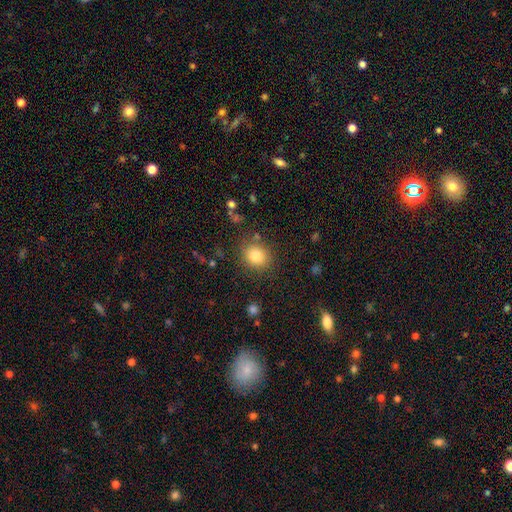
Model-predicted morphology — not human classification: Smooth or featured? Predicted: smooth (p=0.82). How rounded? Predicted: round (p=0.76). Merging? Predicted: none (p=0.84).